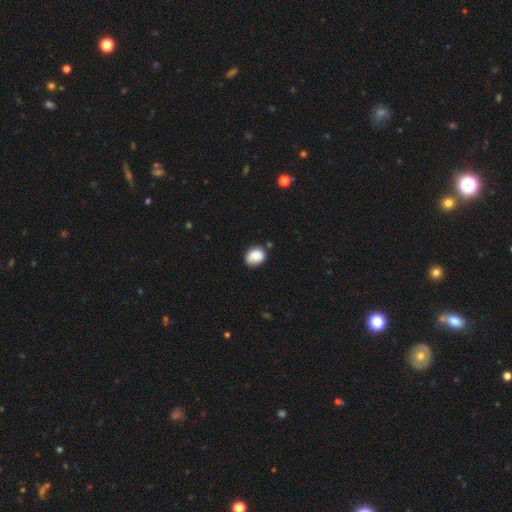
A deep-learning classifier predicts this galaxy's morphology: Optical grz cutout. It shows a smooth galaxy with no disk features (87%) that is in between round and cigar-shaped (58%). Merging: none (69%).